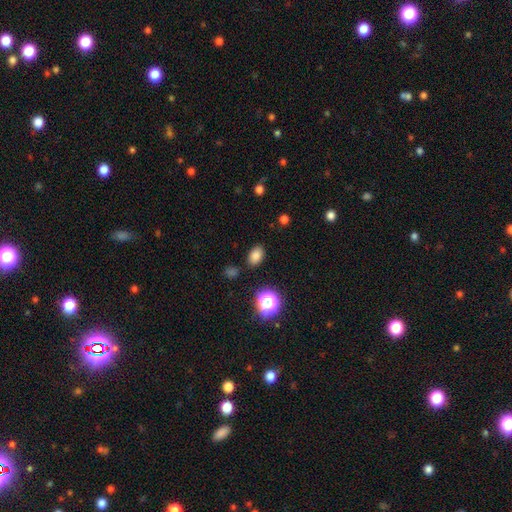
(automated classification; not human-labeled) Q: Smooth or featured?
A: smooth (80%); runner-up: star or artifact (14%)
Q: How rounded?
A: in between (83%); runner-up: round (15%)
Q: Merging?
A: none (84%); runner-up: minor disturbance (10%)